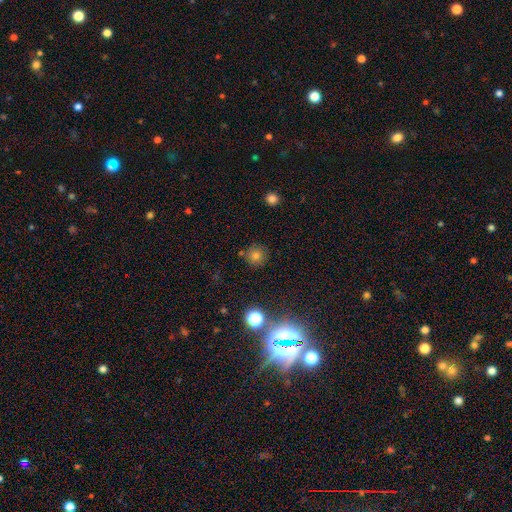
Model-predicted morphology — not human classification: type=smooth (73%); roundness=round (93%); merging=none (82%).